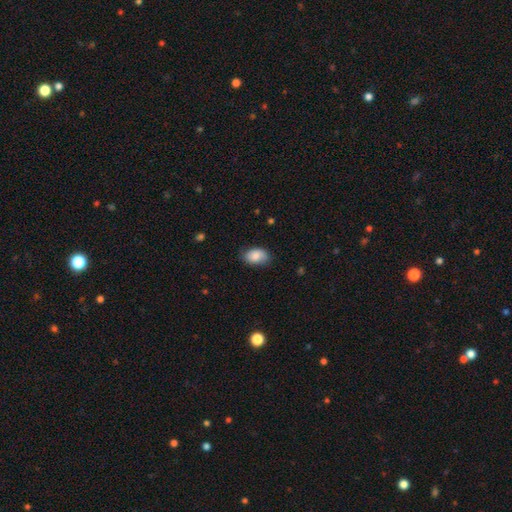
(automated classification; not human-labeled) A smooth galaxy with no disk features (84%) that is in between round and cigar-shaped (89%). Merging: none (76%).